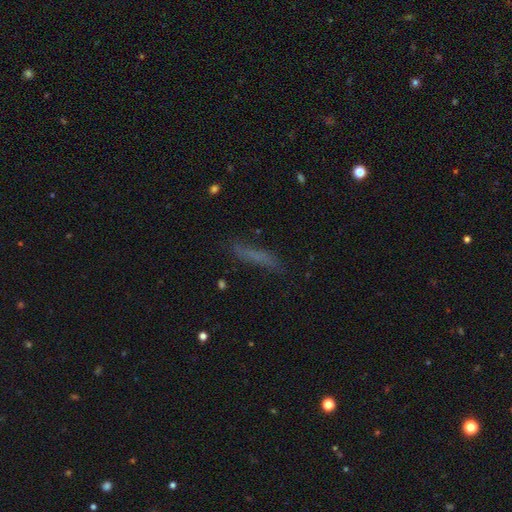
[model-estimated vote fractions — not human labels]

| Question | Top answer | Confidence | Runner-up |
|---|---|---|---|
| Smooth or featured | smooth | 61% | featured or disk (25%) |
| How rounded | cigar-shaped | 87% | in between (10%) |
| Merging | none | 75% | minor disturbance (17%) |